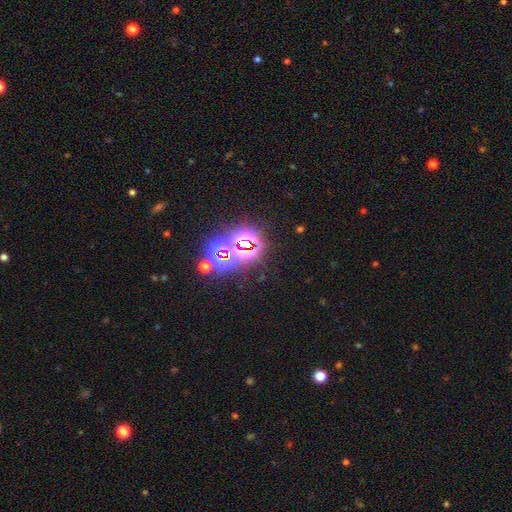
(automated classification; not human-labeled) This is likely a star or artifact rather than a galaxy (75%).